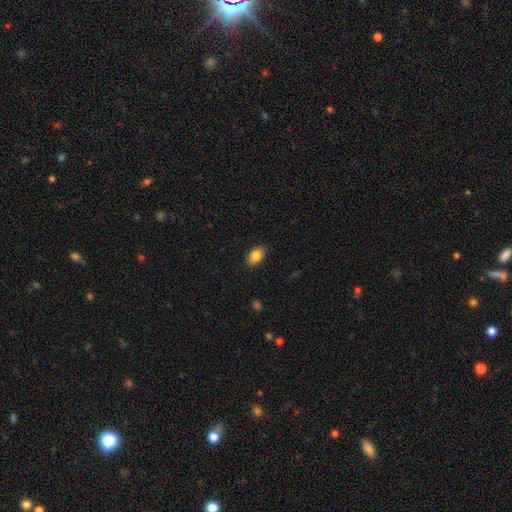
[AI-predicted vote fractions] Overall: smooth (84%). How rounded: in between (90%). Merging: none (88%).